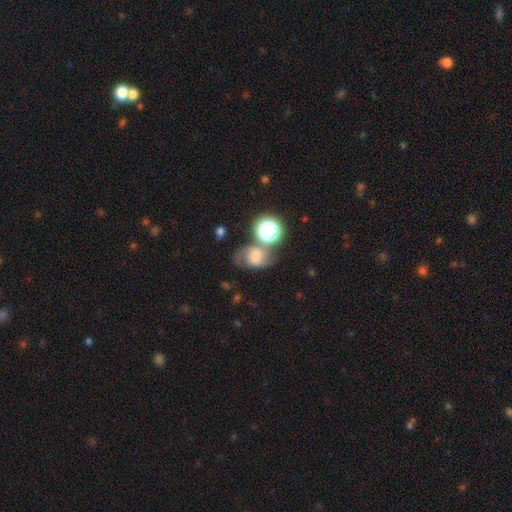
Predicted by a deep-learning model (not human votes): Morphology: type=smooth (47%); merging=none (47%).